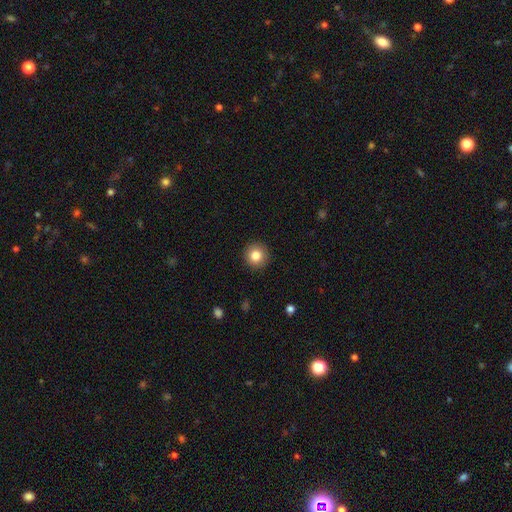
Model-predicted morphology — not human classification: smooth 83%, star or artifact 10%, featured or disk 7%. Down the decision tree: how rounded — round (94%); merging — none (92%).